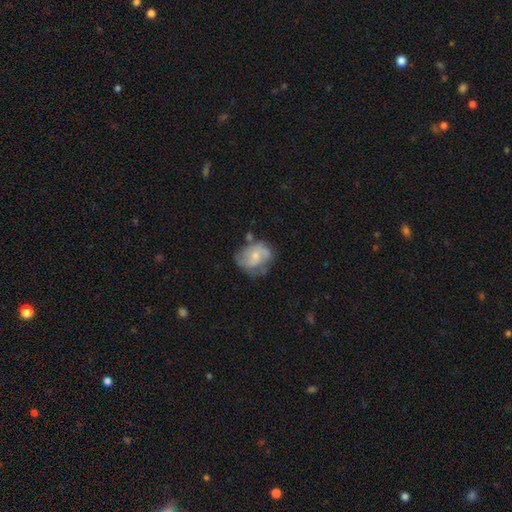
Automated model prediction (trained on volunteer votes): Overall: featured or disk (55%; smooth 38%). Edge-on disk: no (97%). Bar: no (67%; weak 29%). Spiral arms: yes (72%). Bulge size: small (56%; moderate 36%). Merging: none (50%; minor disturbance 28%).